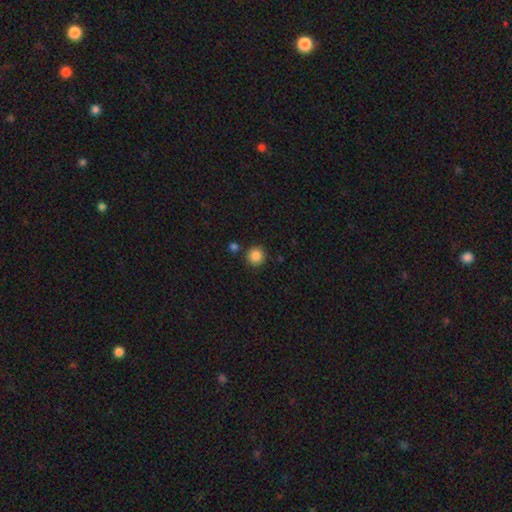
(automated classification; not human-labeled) Smooth or featured: smooth — 87% (star or artifact — 10%)
How rounded: round — 94% (in between — 5%)
Merging: none — 87% (minor disturbance — 7%)